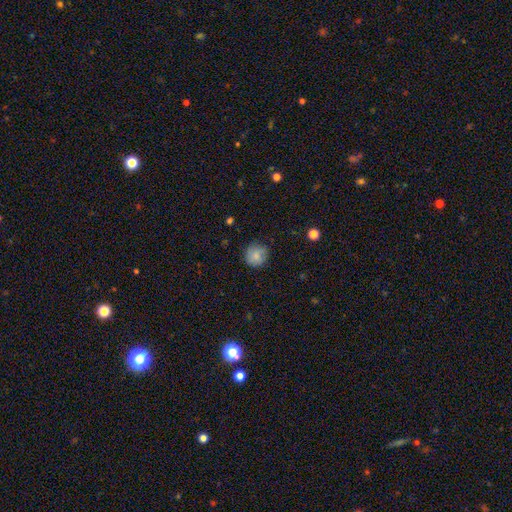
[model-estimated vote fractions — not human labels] smooth 83%, star or artifact 9%, featured or disk 8%. Down the decision tree: how rounded — round (91%); merging — none (81%).